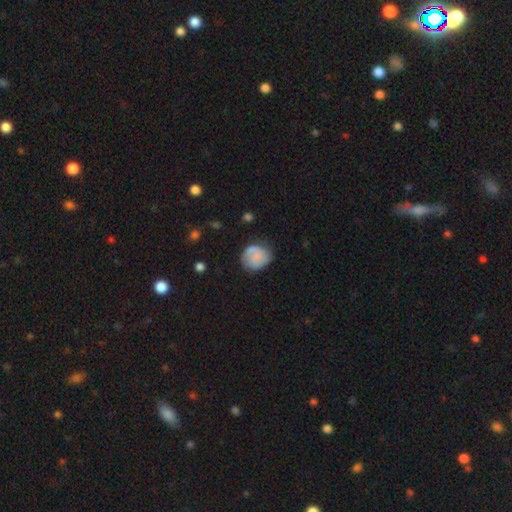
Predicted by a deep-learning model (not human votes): The model was most divided on "smooth or featured": smooth: 56%, featured or disk: 37%, star or artifact: 8%. More confident: how rounded — round (76%); merging — none (67%).